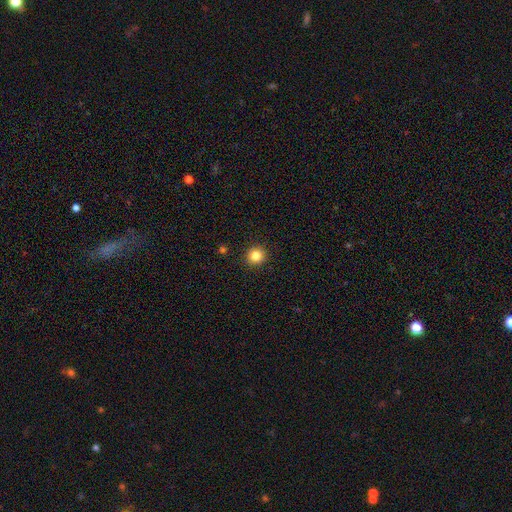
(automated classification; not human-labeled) smooth 84%, star or artifact 11%, featured or disk 5%. Down the decision tree: how rounded — round (94%); merging — none (93%).